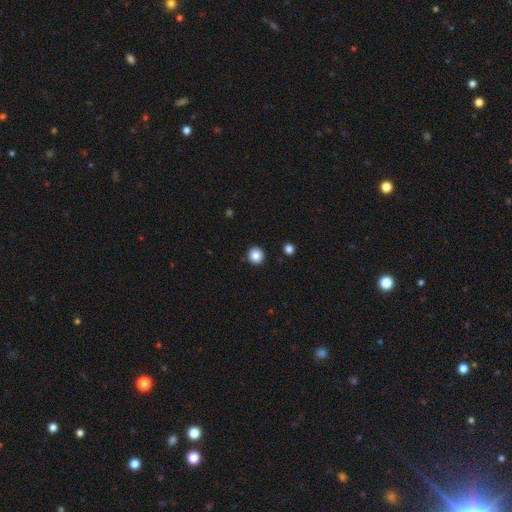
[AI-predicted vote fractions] Smooth or featured? smooth (86%)
How rounded? round (93%)
Merging? none (91%)